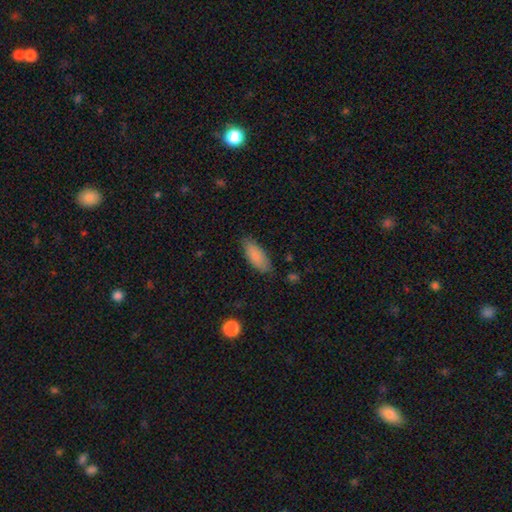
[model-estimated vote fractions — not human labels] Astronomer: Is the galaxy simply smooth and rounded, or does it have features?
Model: smooth — 85%.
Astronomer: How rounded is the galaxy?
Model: in between — 77%.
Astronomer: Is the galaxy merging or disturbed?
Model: none — 81%.